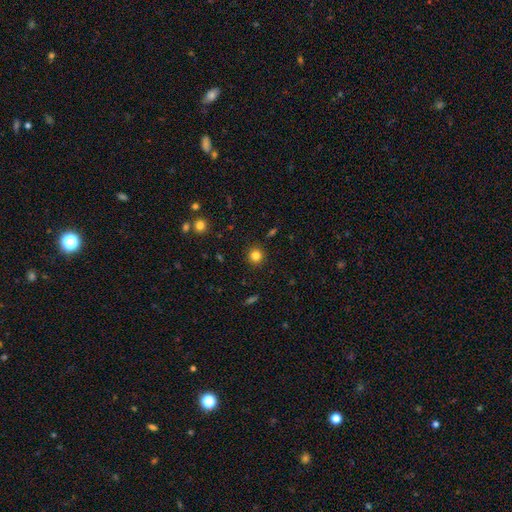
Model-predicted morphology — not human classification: Smooth or featured? Predicted: smooth (p=0.82). How rounded? Predicted: round (p=0.93). Merging? Predicted: none (p=0.91).